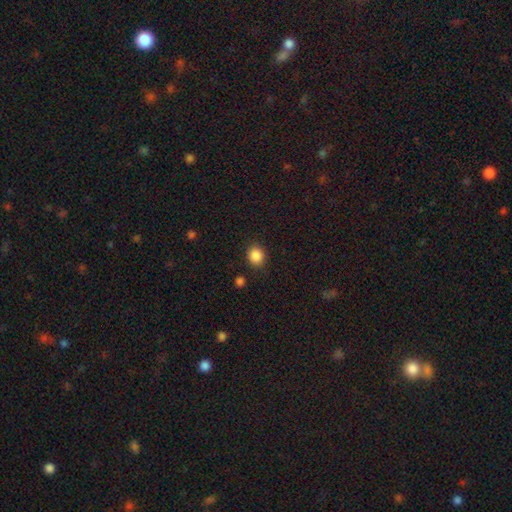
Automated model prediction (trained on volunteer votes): Q: Smooth or featured?
A: smooth (87%); runner-up: star or artifact (10%)
Q: How rounded?
A: round (75%); runner-up: in between (24%)
Q: Merging?
A: none (87%); runner-up: minor disturbance (8%)